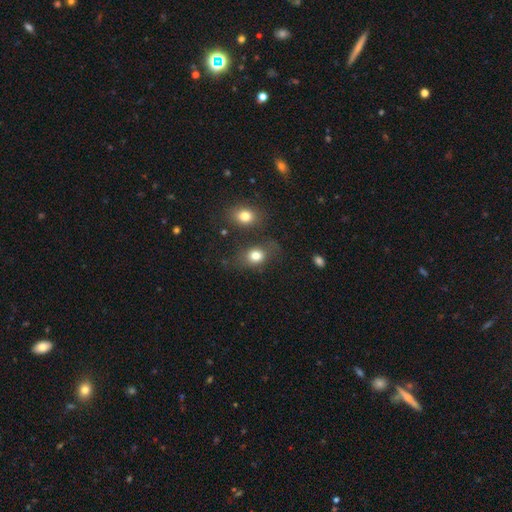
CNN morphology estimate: Overall: smooth (79%). How rounded: in between (53%; round 46%). Merging: none (62%).